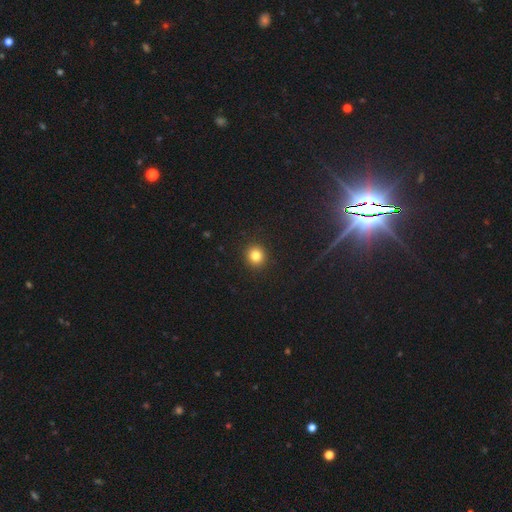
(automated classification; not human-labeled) This is clearly a smooth galaxy (83%). How rounded: clearly round (89%). Merging: clearly none (92%).